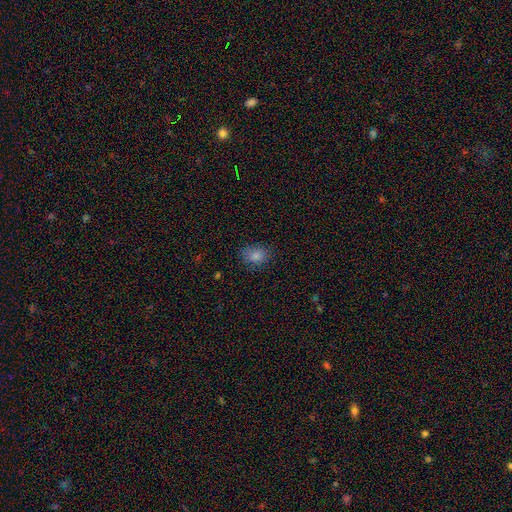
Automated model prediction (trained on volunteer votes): The model was most divided on "how rounded": in between: 62%, round: 37%, cigar-shaped: 1%. More confident: smooth or featured — smooth (83%); merging — none (80%).